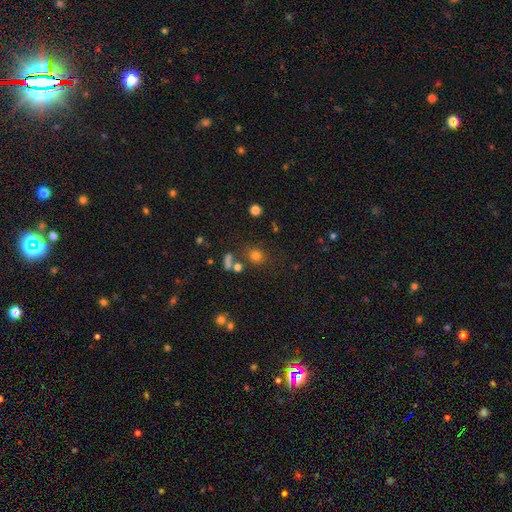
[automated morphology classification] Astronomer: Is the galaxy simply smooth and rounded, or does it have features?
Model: smooth — 74%.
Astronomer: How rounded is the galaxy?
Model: round — 78%.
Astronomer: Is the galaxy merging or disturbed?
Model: none — 73%.